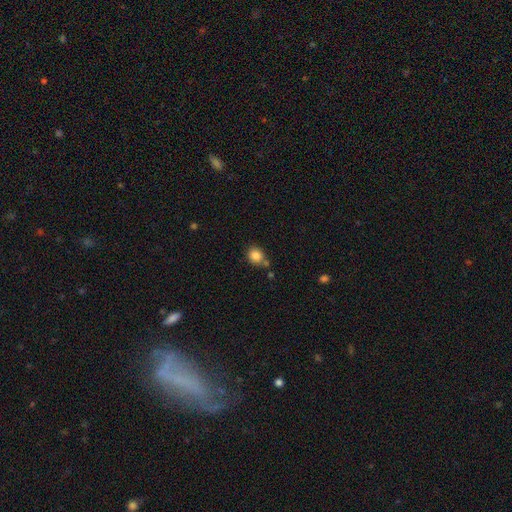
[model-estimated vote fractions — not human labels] Overall: smooth (84%). How rounded: round (72%). Merging: none (66%).